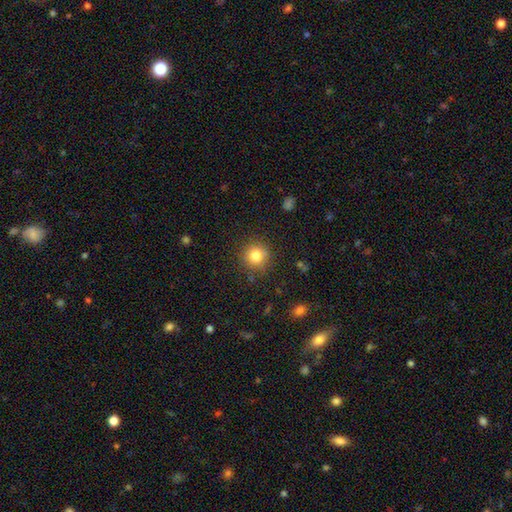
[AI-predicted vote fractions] Smooth or featured? smooth (82%)
How rounded? round (93%)
Merging? none (87%)